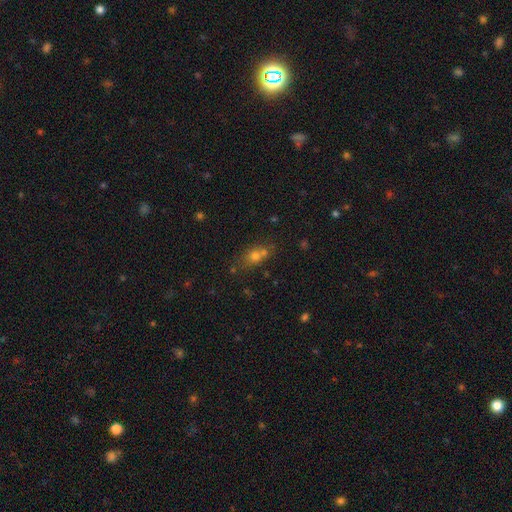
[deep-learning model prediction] smooth_or_featured: smooth (p=0.64) [alt: star or artifact p=0.21]
how_rounded: round (p=0.55) [alt: in between p=0.42]
merging: none (p=0.53) [alt: merger p=0.30]